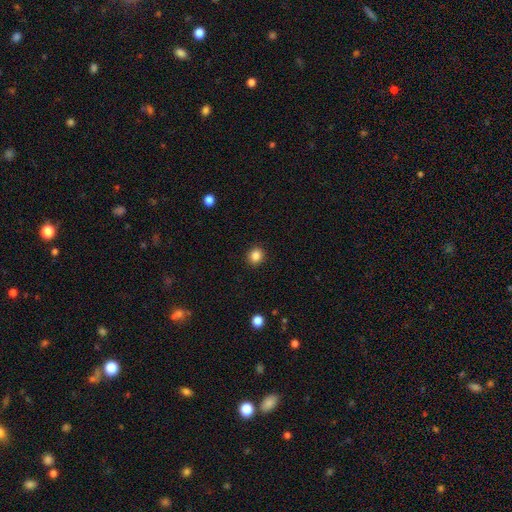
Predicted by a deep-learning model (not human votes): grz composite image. It shows a smooth galaxy with no disk features (86%) that is round (80%). Merging: none (92%).